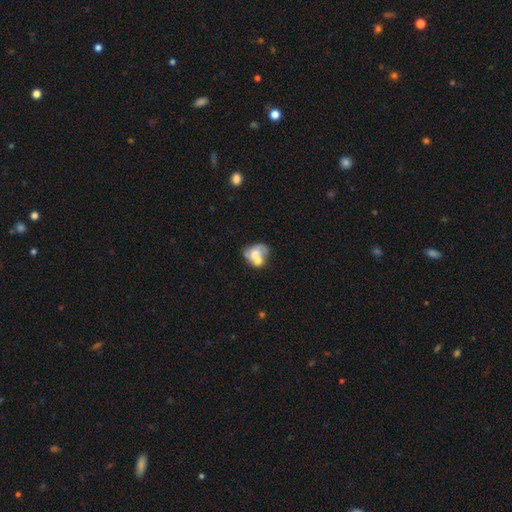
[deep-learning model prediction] This appears to be a smooth galaxy with no disk features (50%) that is in between round and cigar-shaped (54%). Merging: merger (58%).